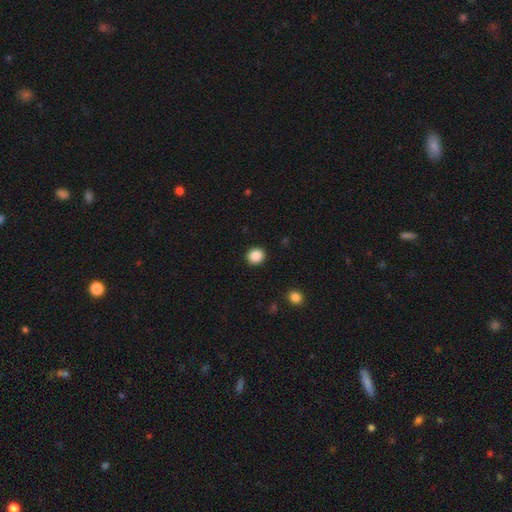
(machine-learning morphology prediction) A smooth galaxy with no disk features (87%) that is round (87%). Merging: none (92%).